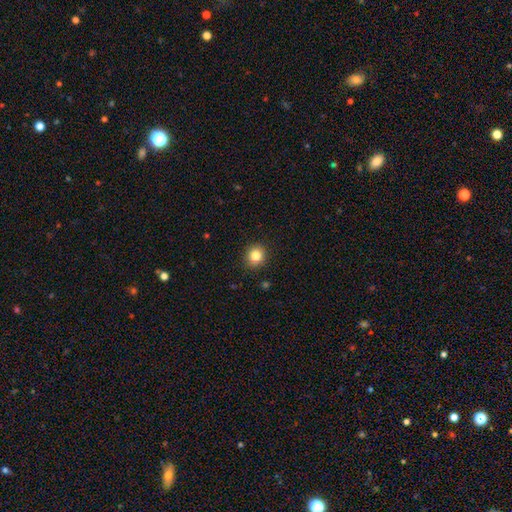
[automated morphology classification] smooth 84%, star or artifact 11%, featured or disk 5%. Down the decision tree: how rounded — round (84%); merging — none (91%).